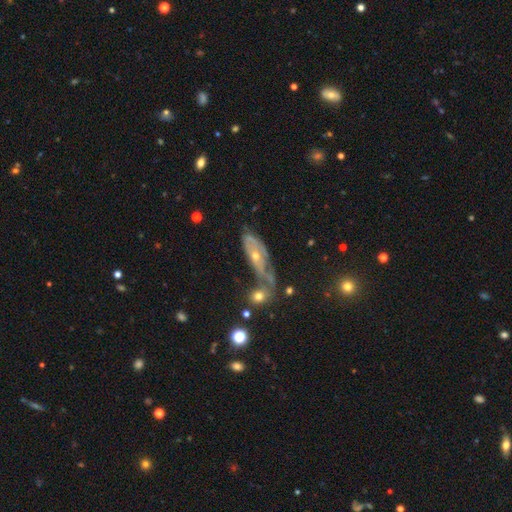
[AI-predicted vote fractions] Smooth or featured: featured or disk — 66% (smooth — 25%)
Edge-on disk: no — 81% (yes — 19%)
Bar: no — 77% (weak — 18%)
Spiral arms: yes — 61% (no — 39%)
Bulge size: small — 52% (moderate — 44%)
Merging: none — 35% (merger — 25%)